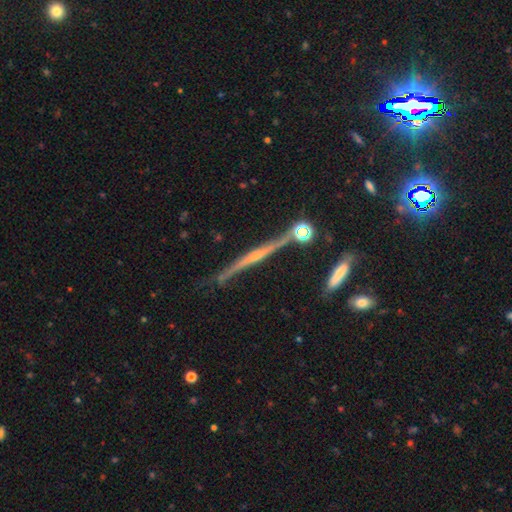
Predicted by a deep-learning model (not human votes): Morphology: type=featured or disk (76%); edge-on=yes (97%); edge-on bulge=rounded (62%); merging=none (82%).